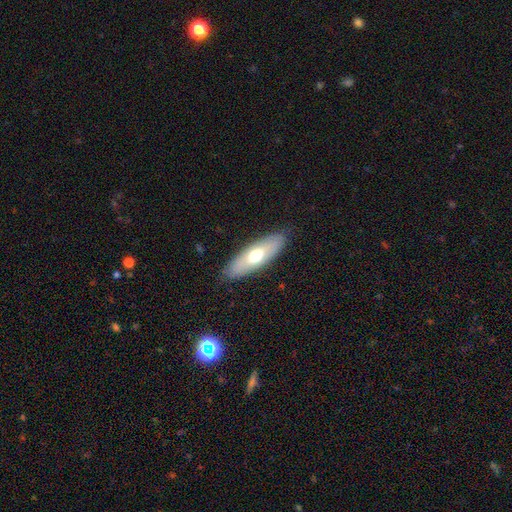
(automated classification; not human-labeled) Smooth or featured? smooth (57%)
How rounded? in between (60%)
Merging? none (86%)